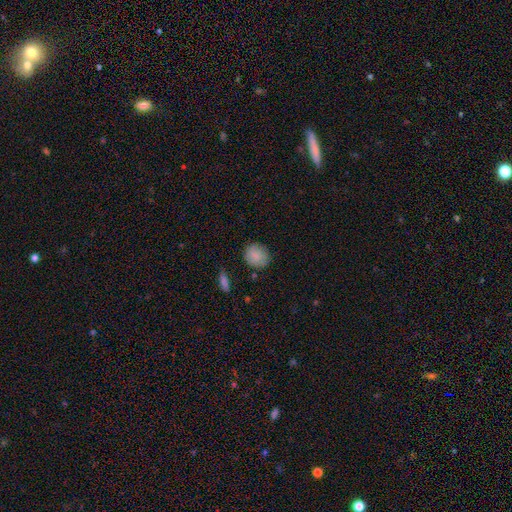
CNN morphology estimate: Q: Smooth or featured?
A: smooth (84%); runner-up: featured or disk (8%)
Q: How rounded?
A: round (83%); runner-up: in between (16%)
Q: Merging?
A: none (79%); runner-up: minor disturbance (15%)